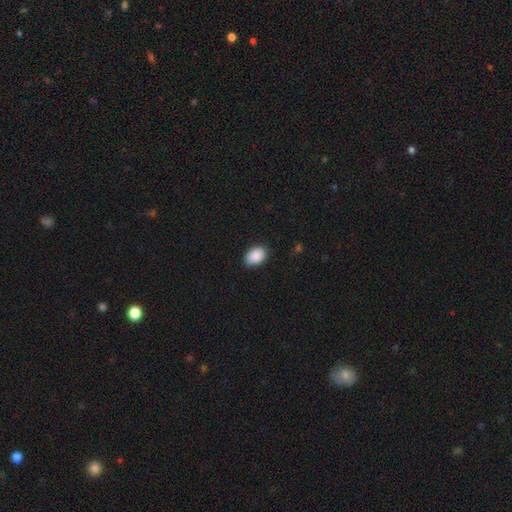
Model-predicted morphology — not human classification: This is clearly a smooth galaxy (90%). How rounded: likely in between (78%). Merging: clearly none (84%).